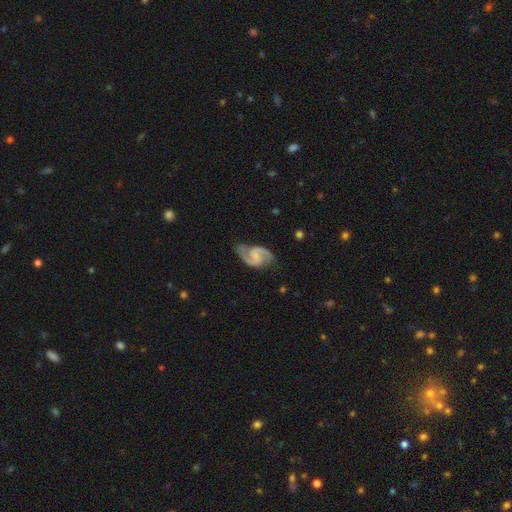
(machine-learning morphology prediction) The model was most divided on "bulge size": none: 43%, small: 41%, moderate: 13%, large: 2%, dominant: 1%. Remaining: edge-on disk — no (98%); spiral arms — yes (98%); spiral arm count — 2 (94%); smooth or featured — featured or disk (91%); merging — none (77%); spiral winding — medium (59%); bar — weak (48%).